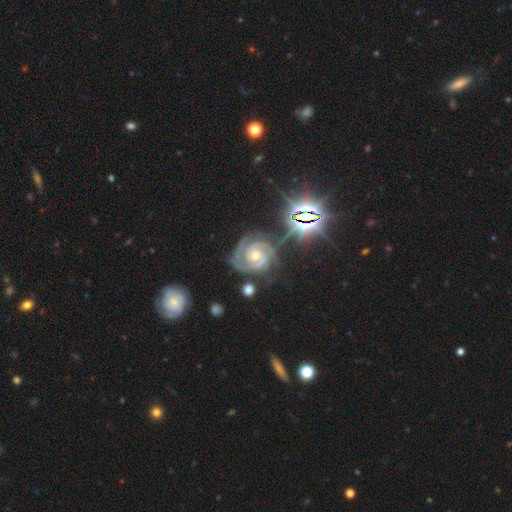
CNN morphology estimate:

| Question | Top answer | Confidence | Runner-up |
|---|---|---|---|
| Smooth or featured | featured or disk | 86% | star or artifact (10%) |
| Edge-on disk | no | 98% | yes (2%) |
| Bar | no | 60% | weak (28%) |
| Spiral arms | yes | 98% | no (2%) |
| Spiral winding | tight | 70% | medium (27%) |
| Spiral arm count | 2 | 54% | 3 (29%) |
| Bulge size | moderate | 48% | tied: small (48%) |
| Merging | none | 67% | minor disturbance (20%) |